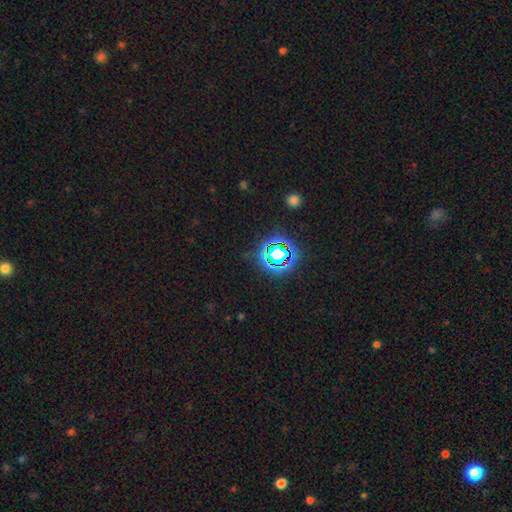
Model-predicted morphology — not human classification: A star or artifact, not a galaxy (77%).